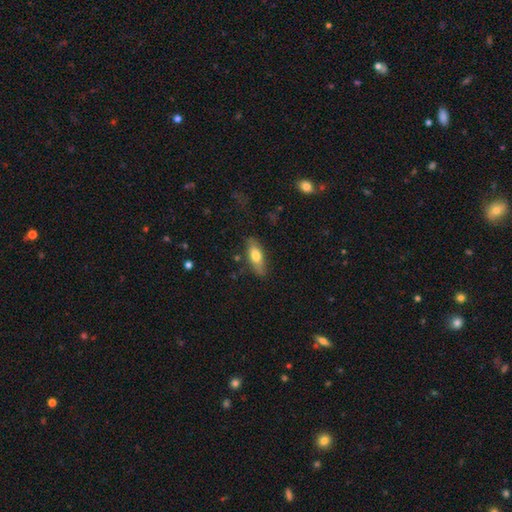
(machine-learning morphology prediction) Overall: smooth (72%). How rounded: in between (69%). Merging: none (79%).